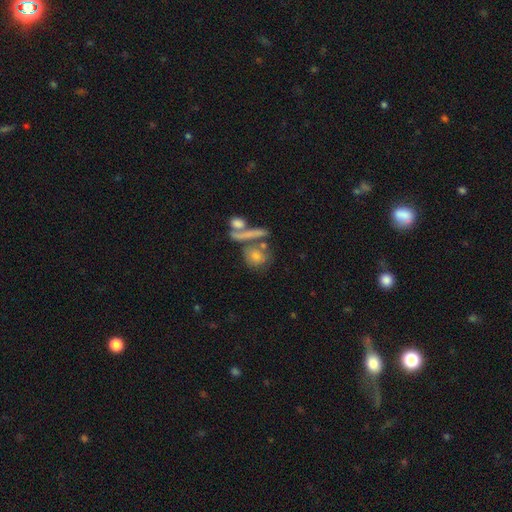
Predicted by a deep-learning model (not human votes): This is likely a smooth galaxy (63%). How rounded: likely round (67%). Merging: possibly none (51%).